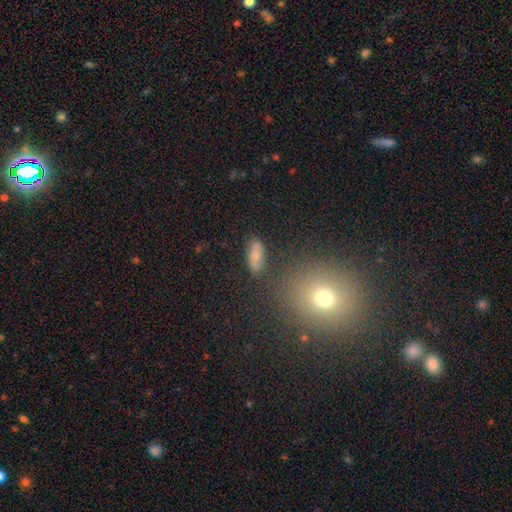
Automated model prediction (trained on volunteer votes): This is likely a smooth galaxy (63%). How rounded: likely in between (75%). Merging: likely none (79%).